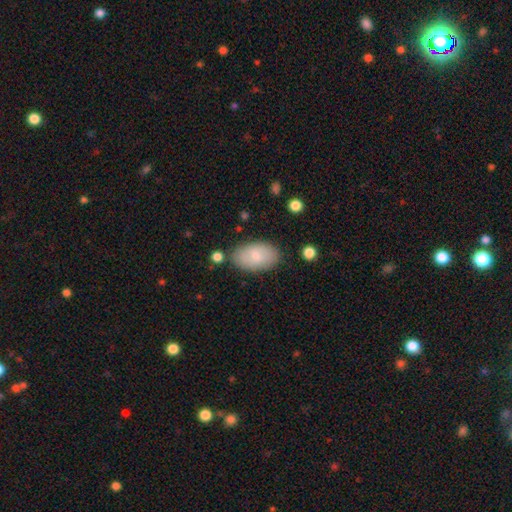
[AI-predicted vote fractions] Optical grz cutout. It shows a smooth galaxy with no disk features (76%) that is in between round and cigar-shaped (94%). Merging: none (82%).